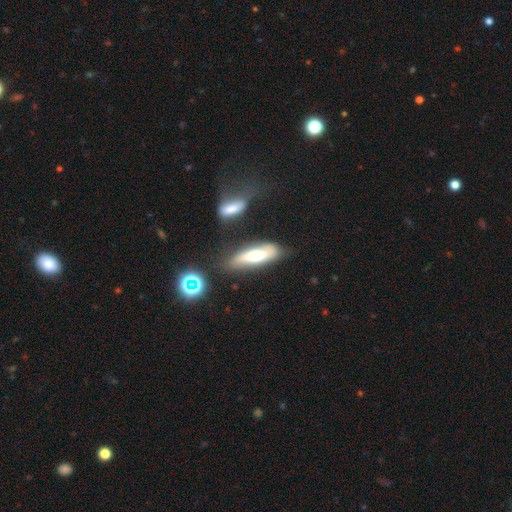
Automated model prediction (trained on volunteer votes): Smooth or featured?
  - smooth: 59% *
  - featured or disk: 33%
  - star or artifact: 8%
How rounded?
  - cigar-shaped: 53% *
  - in between: 45%
  - round: 2%
Merging?
  - none: 70% *
  - minor disturbance: 18%
  - merger: 7%
  - major disturbance: 6%